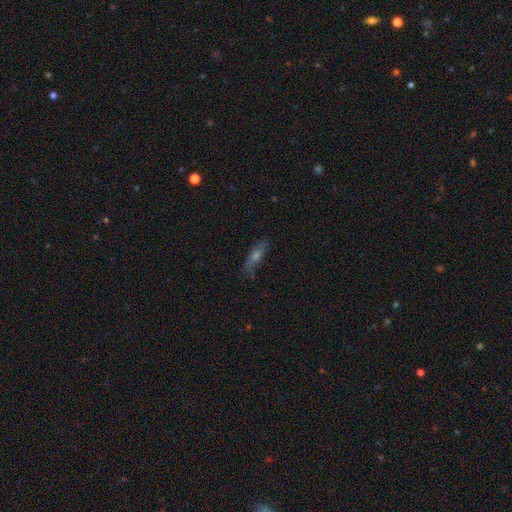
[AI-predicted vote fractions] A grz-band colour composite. It shows a featured or disk galaxy (47%). Merging: none (73%).